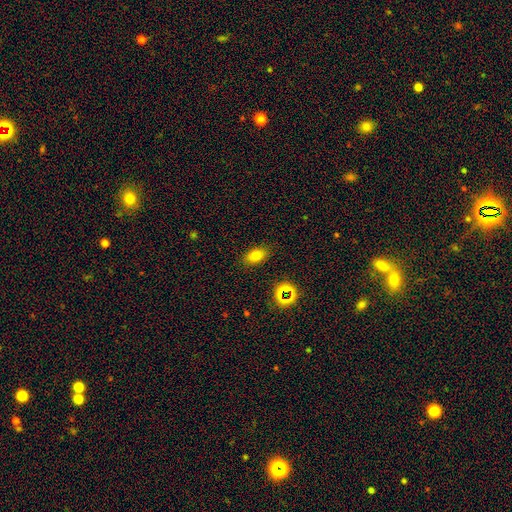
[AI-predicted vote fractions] A smooth galaxy with no disk features (75%) that is in between round and cigar-shaped (84%). Merging: none (86%).